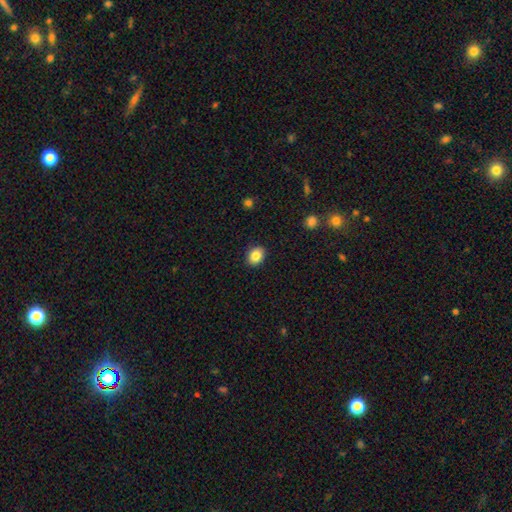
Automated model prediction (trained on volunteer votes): This is clearly a smooth galaxy (85%). How rounded: possibly in between (51%). Merging: clearly none (90%).